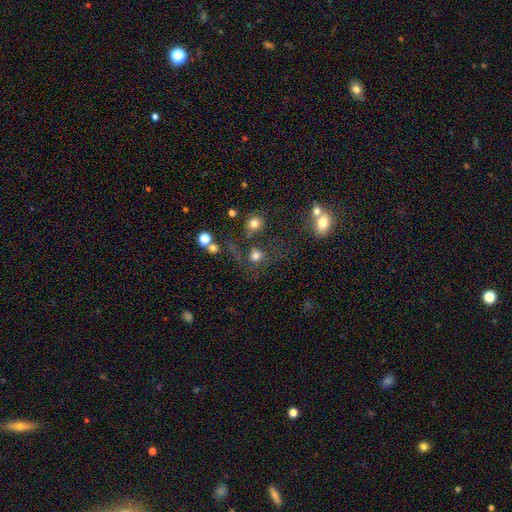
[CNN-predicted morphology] Overall: smooth (72%). How rounded: round (83%). Merging: none (51%; merger 18%).